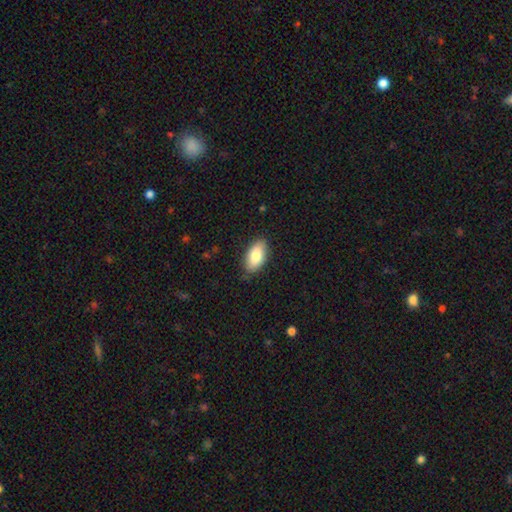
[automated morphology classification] Q: Smooth or featured?
A: smooth (83%); runner-up: featured or disk (11%)
Q: How rounded?
A: in between (93%); runner-up: cigar-shaped (3%)
Q: Merging?
A: none (82%); runner-up: minor disturbance (14%)